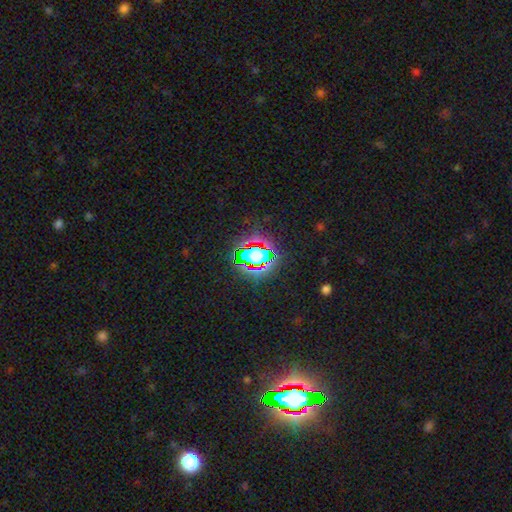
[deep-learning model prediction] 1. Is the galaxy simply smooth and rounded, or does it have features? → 68% star or artifact, 19% smooth, 12% featured or disk.